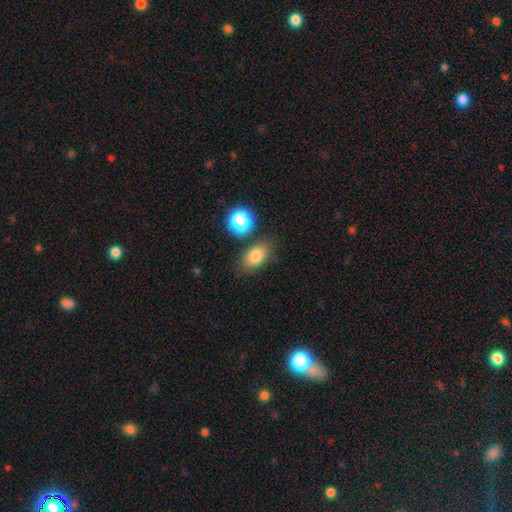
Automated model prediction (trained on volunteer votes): Overall: smooth (80%). How rounded: in between (83%). Merging: none (76%).